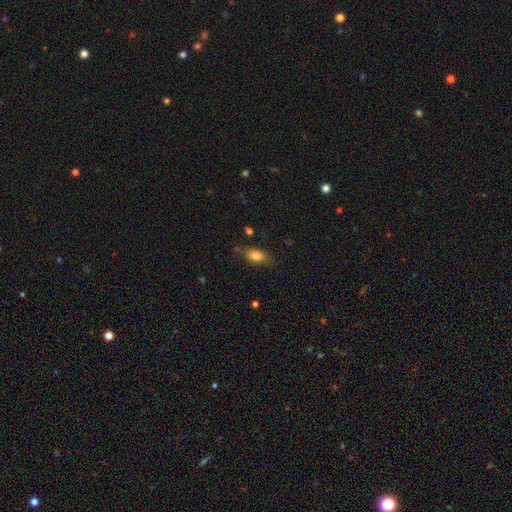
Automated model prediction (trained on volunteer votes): smooth-or-featured: smooth: 79% | featured or disk: 12% | star or artifact: 9%
  how-rounded: in between: 85% | round: 8% | cigar-shaped: 7%
  merging: none: 75% | minor disturbance: 18% | major disturbance: 4% | merger: 3%